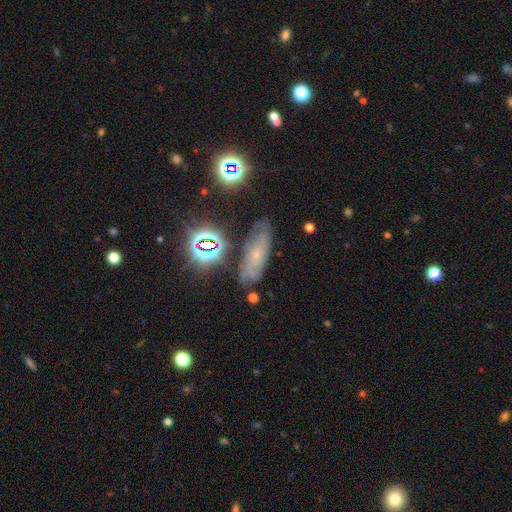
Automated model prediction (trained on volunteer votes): Smooth or featured? Predicted: featured or disk (p=0.44). Merging? Predicted: none (p=0.73).